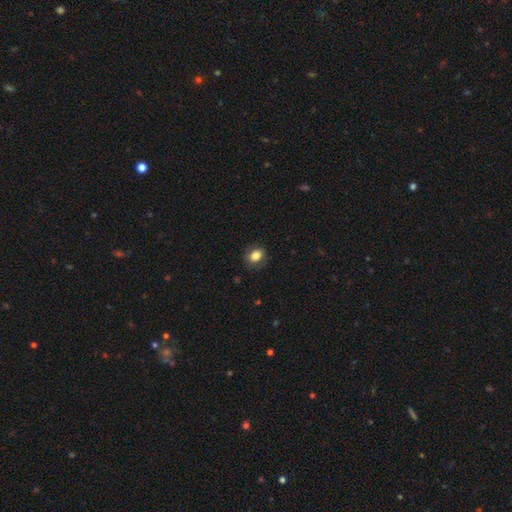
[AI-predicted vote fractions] smooth_or_featured: smooth (p=0.81) [alt: featured or disk p=0.10]
how_rounded: in between (p=0.58) [alt: round p=0.41]
merging: none (p=0.81) [alt: minor disturbance p=0.14]